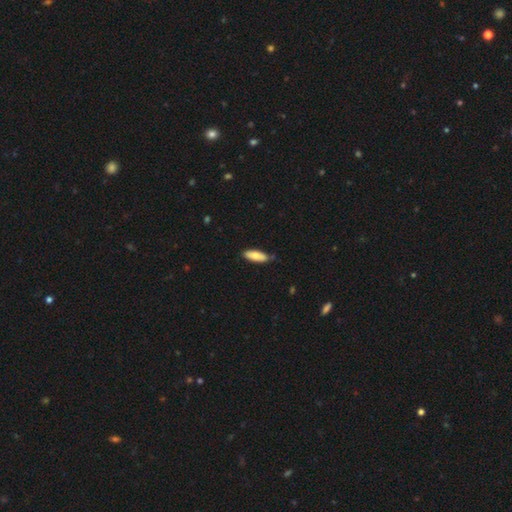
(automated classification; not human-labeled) This is likely a smooth galaxy (78%). How rounded: likely in between (63%). Merging: likely none (79%).